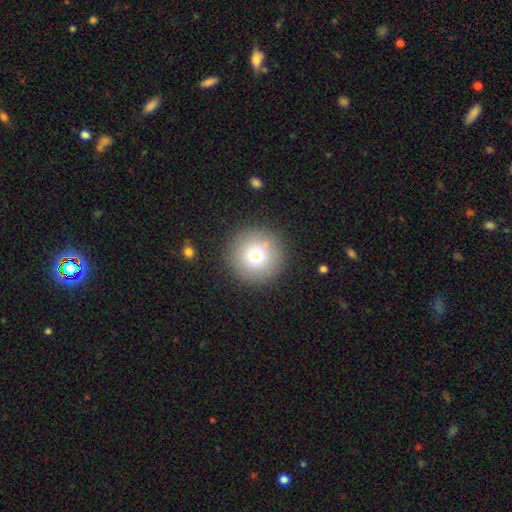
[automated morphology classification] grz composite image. It shows a smooth galaxy with no disk features (73%) that is round (97%). Merging: none (89%).